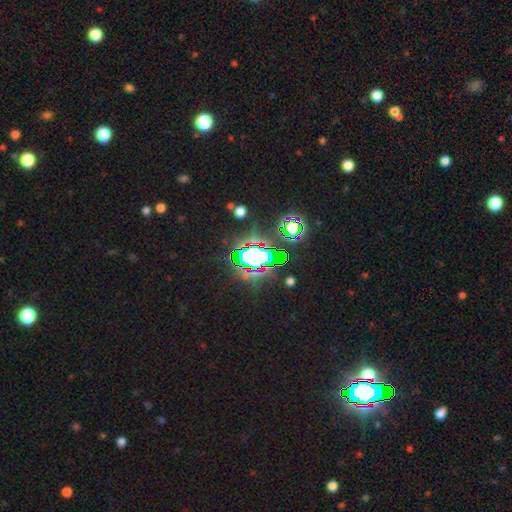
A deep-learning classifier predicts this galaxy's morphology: Smooth or featured: star or artifact — 68% (smooth — 19%)